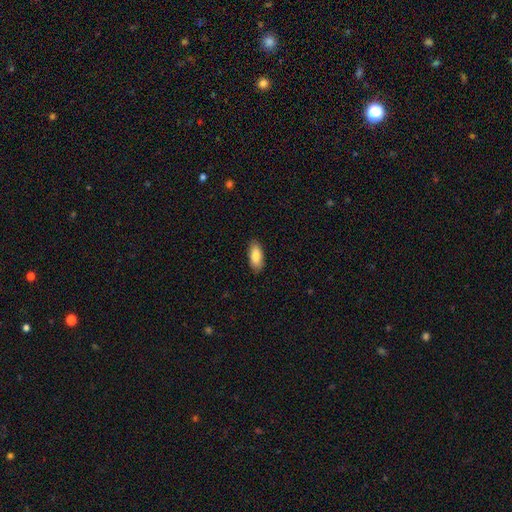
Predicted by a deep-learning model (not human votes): Morphology: type=smooth (86%); roundness=in between (85%); merging=none (87%).